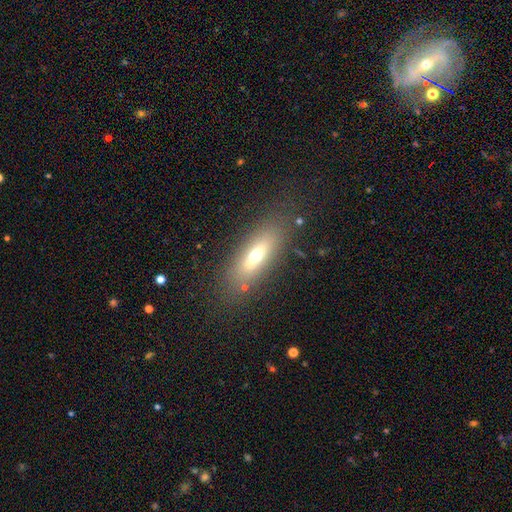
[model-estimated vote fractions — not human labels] Overall: smooth (56%; featured or disk 33%). How rounded: in between (59%; cigar-shaped 38%). Merging: none (81%).